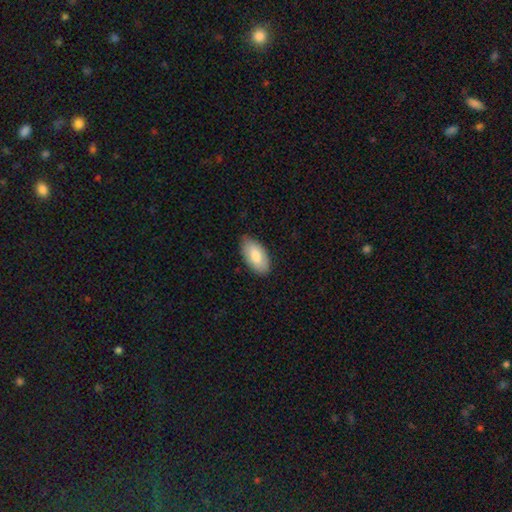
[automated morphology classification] smooth_or_featured: smooth (p=0.80) [alt: featured or disk p=0.14]
how_rounded: in between (p=0.95) [alt: cigar-shaped p=0.03]
merging: none (p=0.83) [alt: minor disturbance p=0.14]